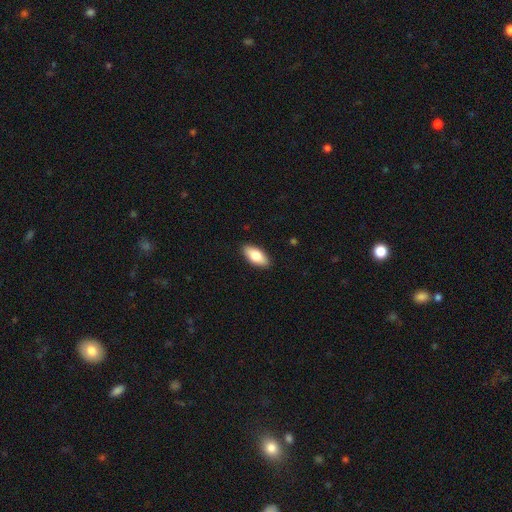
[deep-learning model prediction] This is likely a smooth galaxy (79%). How rounded: clearly in between (88%). Merging: clearly none (89%).